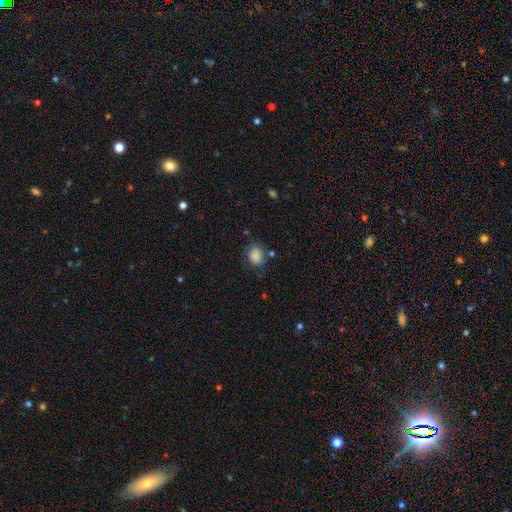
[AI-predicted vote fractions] Smooth or featured: smooth — 85% (star or artifact — 9%)
How rounded: round — 63% (in between — 36%)
Merging: none — 71% (minor disturbance — 19%)